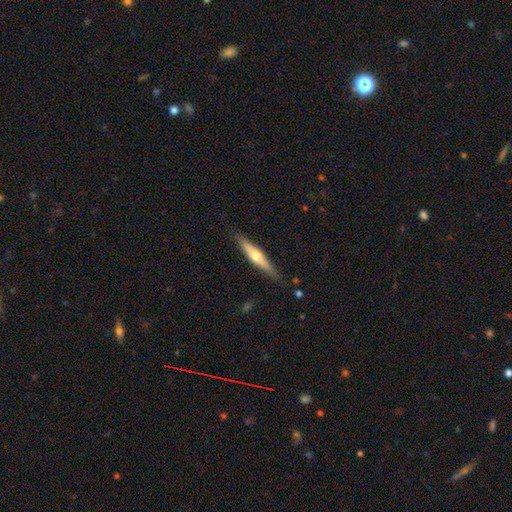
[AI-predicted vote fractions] This appears to be a featured or disk galaxy (57%) viewed edge-on (95%) with a rounded central bulge (90%). Merging: none (87%).